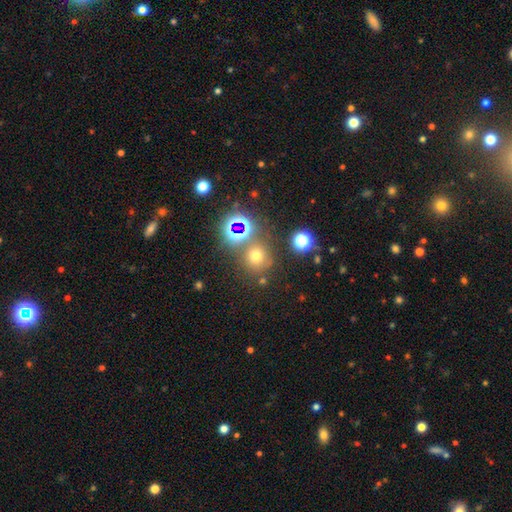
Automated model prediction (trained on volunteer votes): Overall: smooth (60%; star or artifact 30%). How rounded: round (89%). Merging: none (73%).